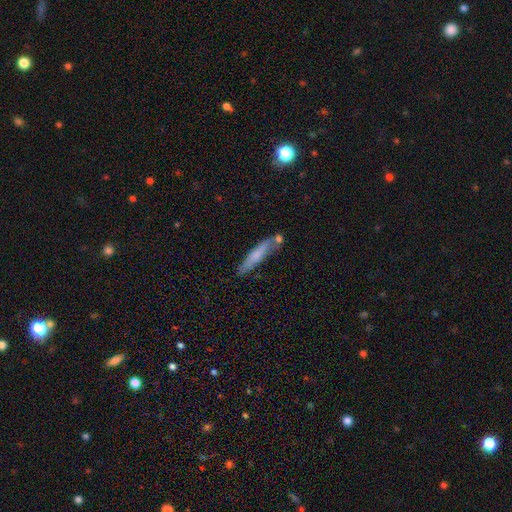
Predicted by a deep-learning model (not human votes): Smooth or featured?
  - smooth: 57% *
  - featured or disk: 35%
  - star or artifact: 7%
How rounded?
  - cigar-shaped: 91% *
  - in between: 7%
  - round: 2%
Merging?
  - none: 73% *
  - minor disturbance: 15%
  - merger: 9%
  - major disturbance: 4%